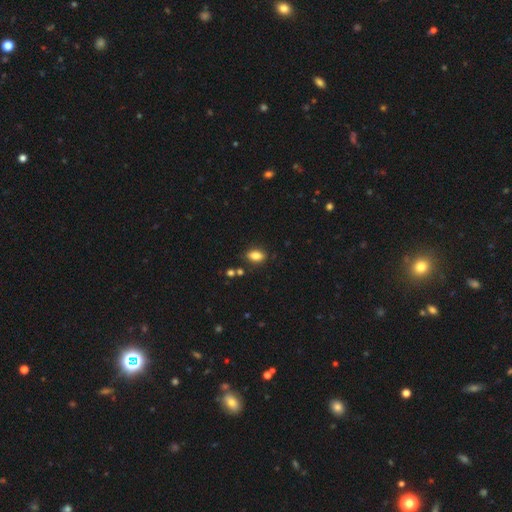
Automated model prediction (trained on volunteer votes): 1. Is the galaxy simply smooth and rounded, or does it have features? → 84% smooth, 9% star or artifact, 6% featured or disk.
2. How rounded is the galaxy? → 87% in between, 9% round, 4% cigar-shaped.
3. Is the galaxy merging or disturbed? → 83% none, 11% minor disturbance, 3% merger, 3% major disturbance.